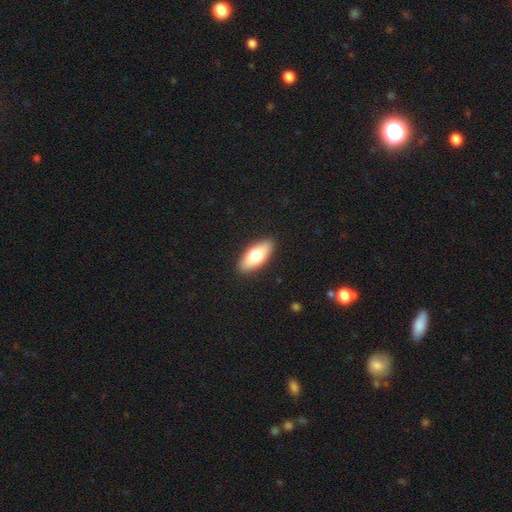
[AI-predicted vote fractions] Smooth or featured? smooth (75%)
How rounded? in between (82%)
Merging? none (90%)